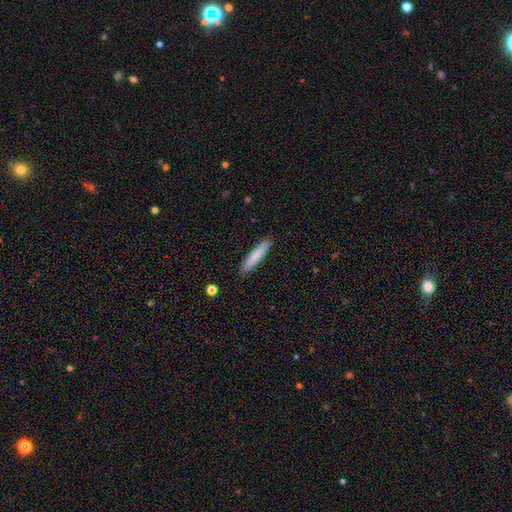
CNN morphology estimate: Smooth or featured? smooth (79%)
How rounded? cigar-shaped (89%)
Merging? none (90%)